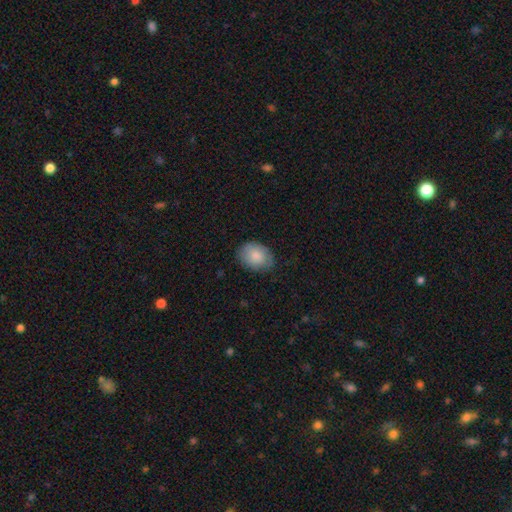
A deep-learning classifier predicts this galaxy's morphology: Smooth or featured? Predicted: smooth (p=0.84). How rounded? Predicted: in between (p=0.72). Merging? Predicted: none (p=0.77).